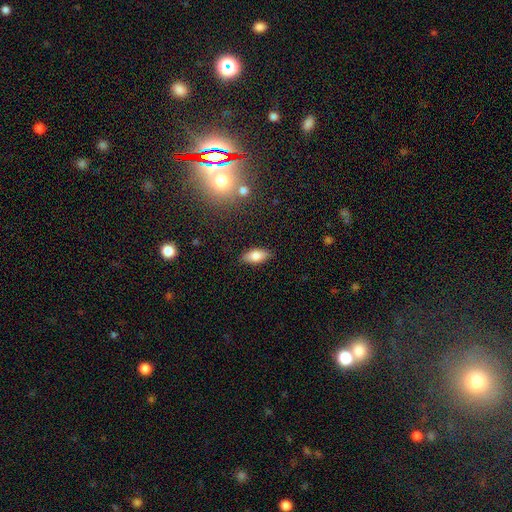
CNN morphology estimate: This is likely a smooth galaxy (77%). How rounded: clearly in between (84%). Merging: clearly none (87%).